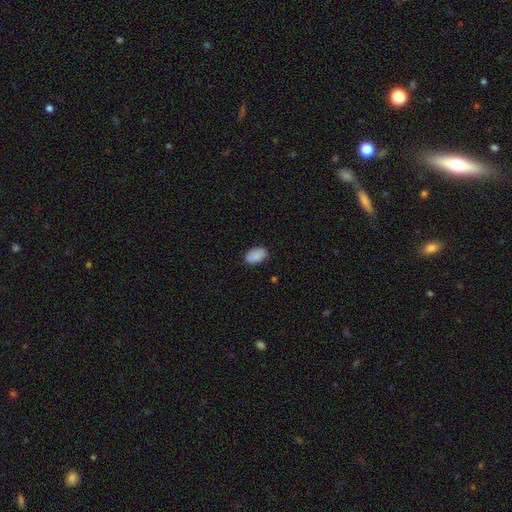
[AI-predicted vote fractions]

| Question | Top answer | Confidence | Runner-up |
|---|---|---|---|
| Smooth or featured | smooth | 89% | star or artifact (7%) |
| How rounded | in between | 92% | round (7%) |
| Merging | none | 85% | minor disturbance (11%) |